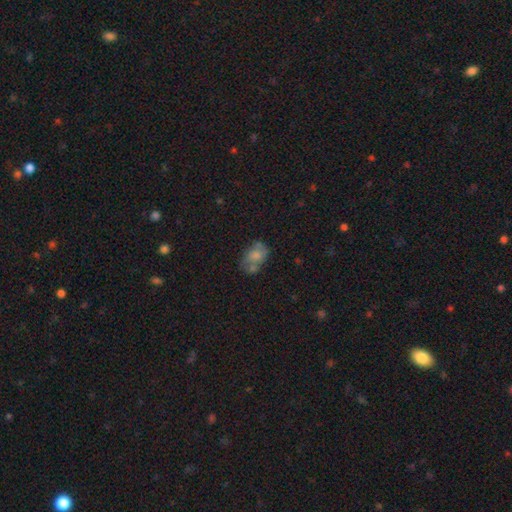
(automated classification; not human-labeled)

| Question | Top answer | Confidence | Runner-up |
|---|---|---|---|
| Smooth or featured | smooth | 63% | featured or disk (27%) |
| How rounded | in between | 78% | round (20%) |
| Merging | none | 42% | merger (26%) |